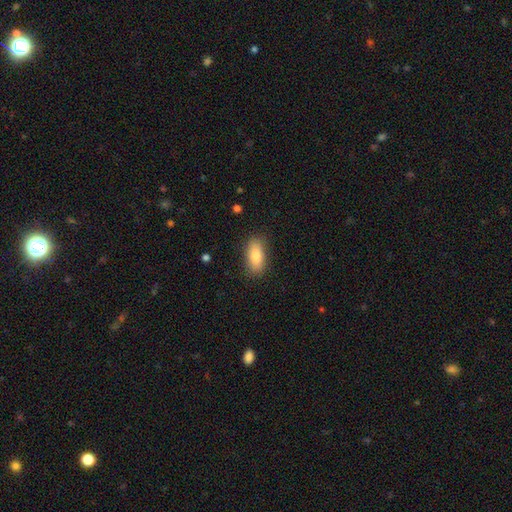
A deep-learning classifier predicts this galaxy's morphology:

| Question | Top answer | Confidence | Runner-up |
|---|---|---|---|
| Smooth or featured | smooth | 84% | featured or disk (9%) |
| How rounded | in between | 85% | cigar-shaped (11%) |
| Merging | none | 85% | minor disturbance (11%) |